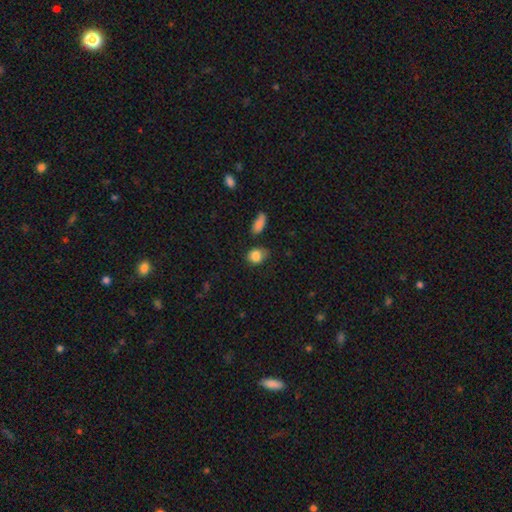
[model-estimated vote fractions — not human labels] A smooth galaxy with no disk features (84%) that is in between round and cigar-shaped (56%). Merging: none (54%).